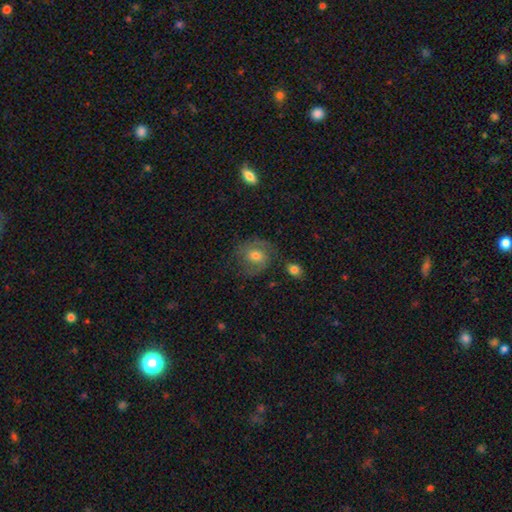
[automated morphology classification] featured or disk 64%, smooth 27%, star or artifact 9%. Down the decision tree: edge-on disk — no (97%); bar — no (55%); spiral arms — yes (89%); spiral arm count — 2 (75%); spiral winding — medium (49%); bulge size — moderate (65%); merging — none (66%).